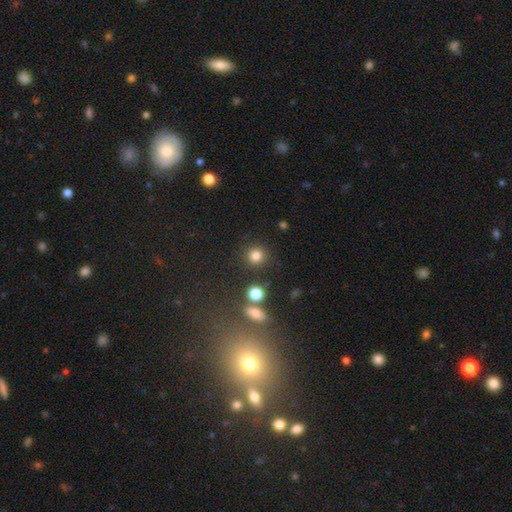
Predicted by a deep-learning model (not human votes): This appears to be a smooth galaxy with no disk features (80%) that is round (92%). Merging: none (86%).